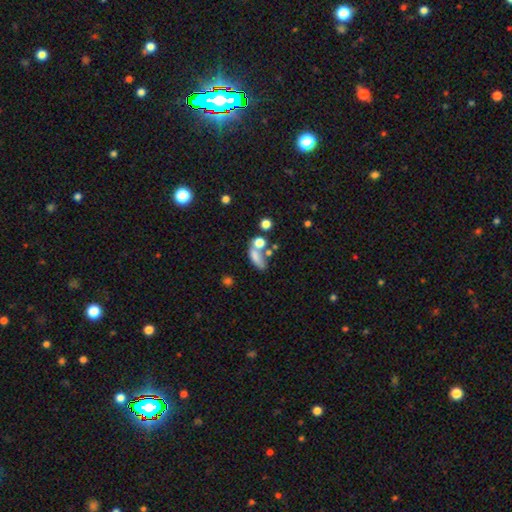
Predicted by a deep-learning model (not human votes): Q: Smooth or featured?
A: smooth (68%); runner-up: featured or disk (19%)
Q: How rounded?
A: in between (68%); runner-up: cigar-shaped (19%)
Q: Merging?
A: merger (37%); runner-up: none (32%)